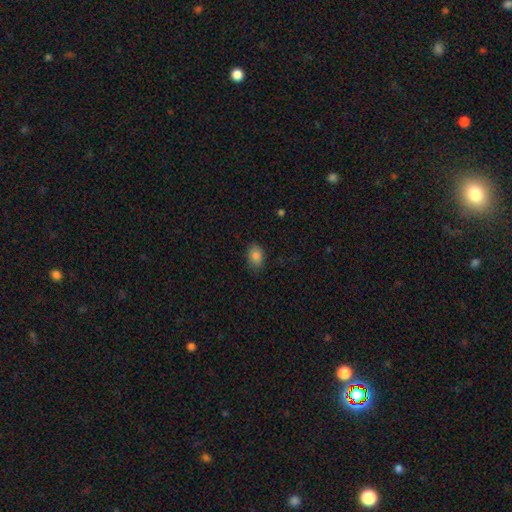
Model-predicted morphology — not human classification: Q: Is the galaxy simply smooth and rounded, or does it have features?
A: smooth — 85%.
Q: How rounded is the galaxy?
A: in between — 82%.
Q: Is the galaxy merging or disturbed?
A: none — 82%.